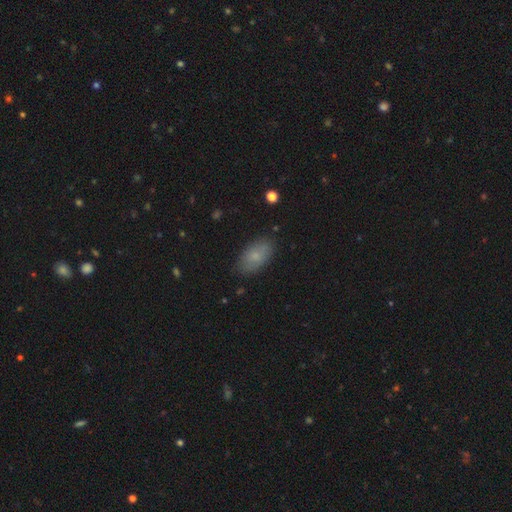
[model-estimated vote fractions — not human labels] Q: Smooth or featured?
A: smooth (80%); runner-up: featured or disk (12%)
Q: How rounded?
A: in between (93%); runner-up: round (4%)
Q: Merging?
A: none (83%); runner-up: minor disturbance (13%)